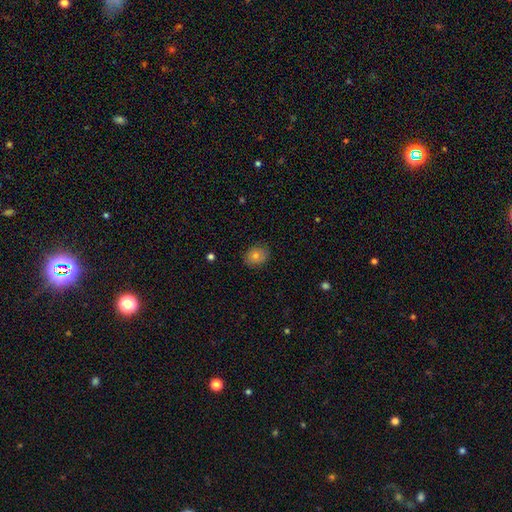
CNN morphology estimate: Q: Smooth or featured?
A: smooth (73%); runner-up: featured or disk (15%)
Q: How rounded?
A: in between (50%); runner-up: round (49%)
Q: Merging?
A: none (84%); runner-up: minor disturbance (13%)